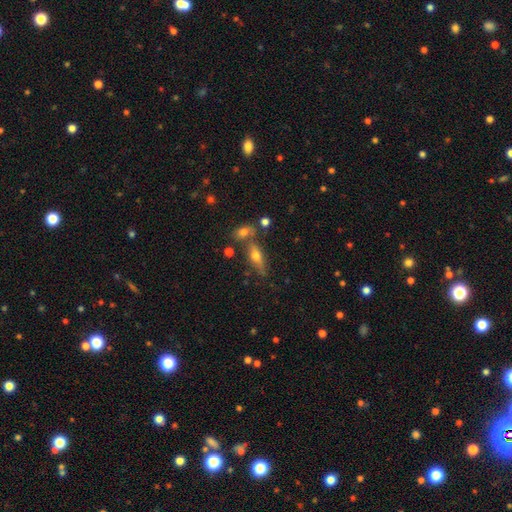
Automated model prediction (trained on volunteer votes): Smooth or featured: smooth — 46% (featured or disk — 44%)
Merging: none — 63% (merger — 18%)